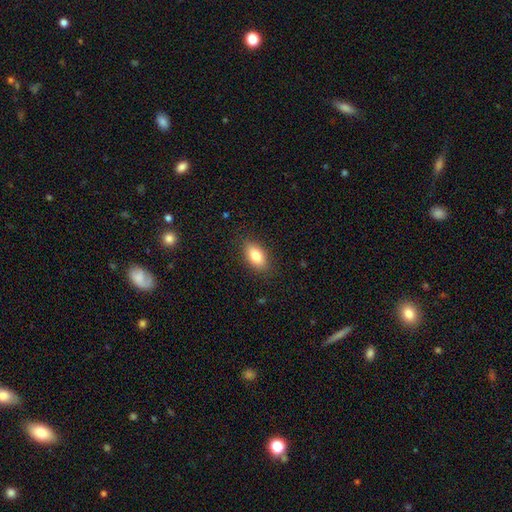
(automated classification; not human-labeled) Smooth or featured?
  - smooth: 80% *
  - featured or disk: 13%
  - star or artifact: 8%
How rounded?
  - in between: 88% *
  - cigar-shaped: 6%
  - round: 6%
Merging?
  - none: 87% *
  - minor disturbance: 10%
  - major disturbance: 2%
  - merger: 1%